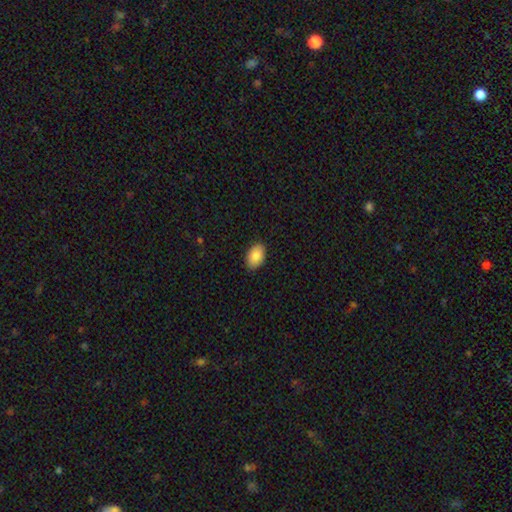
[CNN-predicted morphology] The model was most divided on "merging": none: 88%, minor disturbance: 9%, major disturbance: 2%, merger: 1%. More confident: how rounded — in between (90%); smooth or featured — smooth (86%).